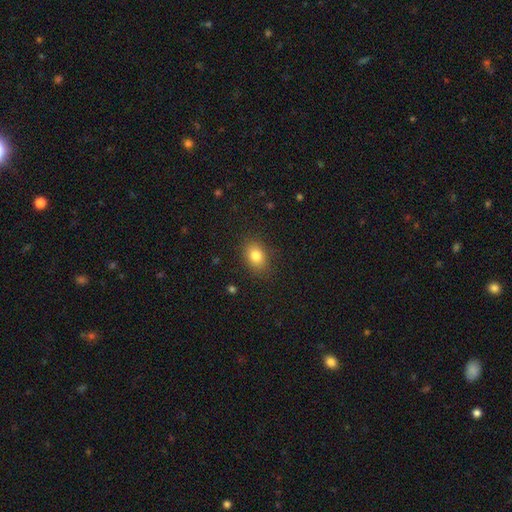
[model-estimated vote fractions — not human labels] A smooth galaxy with no disk features (82%) that is in between round and cigar-shaped (73%).

Vote fractions:
- Smooth or featured? smooth: 82% / star or artifact: 10% / featured or disk: 8%
- How rounded? in between: 73% / round: 26% / cigar-shaped: 1%
- Merging? none: 85% / minor disturbance: 10% / major disturbance: 3% / merger: 1%